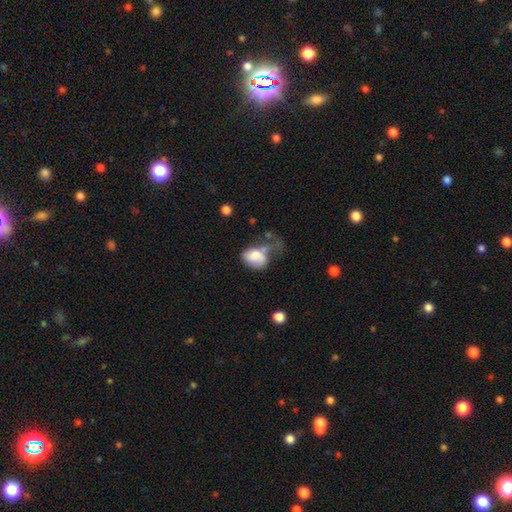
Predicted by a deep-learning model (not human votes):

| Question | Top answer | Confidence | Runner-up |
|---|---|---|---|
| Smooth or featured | smooth | 67% | featured or disk (25%) |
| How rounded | in between | 75% | round (23%) |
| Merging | major disturbance | 48% | minor disturbance (21%) |